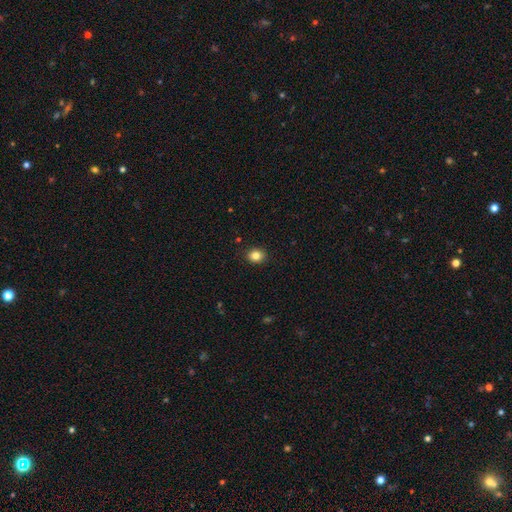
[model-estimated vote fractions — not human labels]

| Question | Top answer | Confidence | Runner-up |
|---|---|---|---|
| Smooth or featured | smooth | 83% | star or artifact (11%) |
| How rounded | round | 67% | in between (32%) |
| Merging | none | 91% | minor disturbance (6%) |